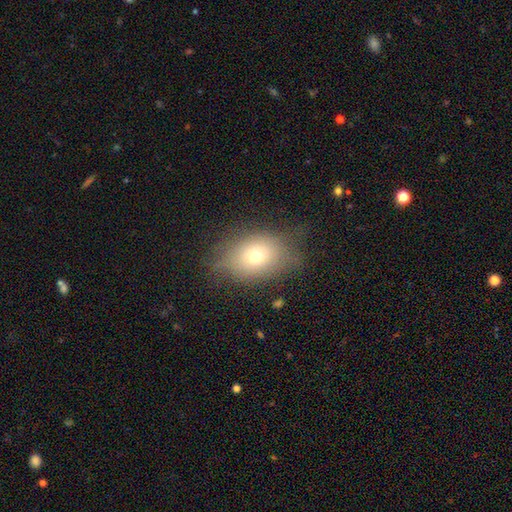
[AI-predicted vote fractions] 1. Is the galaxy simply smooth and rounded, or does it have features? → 68% smooth, 19% featured or disk, 13% star or artifact.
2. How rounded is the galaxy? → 71% in between, 28% round, 2% cigar-shaped.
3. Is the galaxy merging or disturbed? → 67% none, 23% minor disturbance, 9% major disturbance, 1% merger.